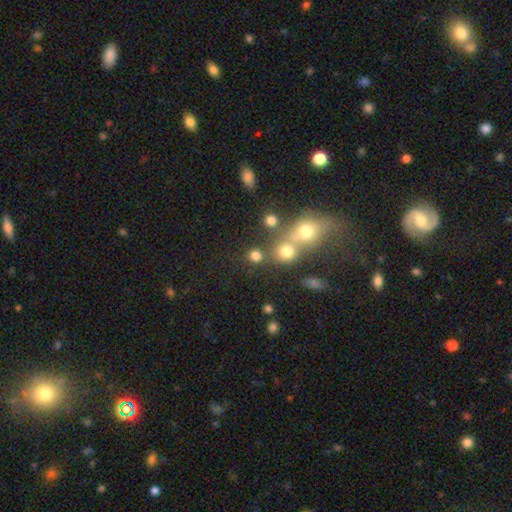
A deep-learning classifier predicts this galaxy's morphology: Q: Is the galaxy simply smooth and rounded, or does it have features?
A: smooth — 76%.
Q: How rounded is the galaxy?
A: round — 86%.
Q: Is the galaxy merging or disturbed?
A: none — 66%.